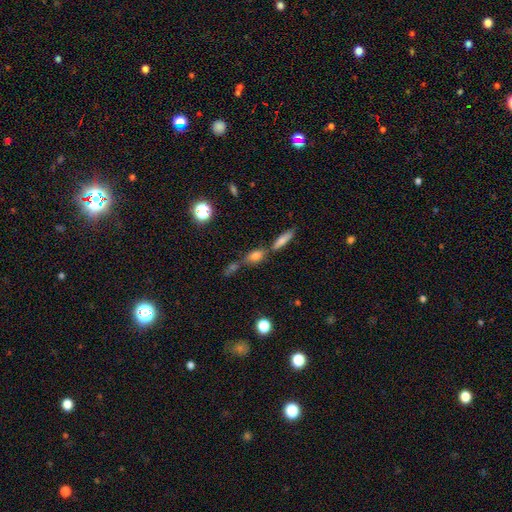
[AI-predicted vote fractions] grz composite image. It shows a smooth galaxy with no disk features (63%) that is in between round and cigar-shaped (59%). Merging: none (47%).